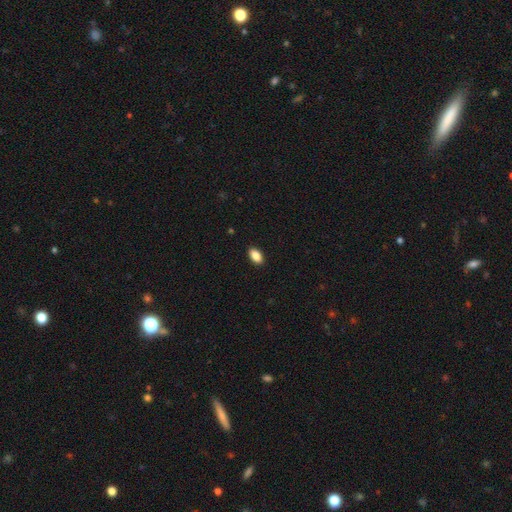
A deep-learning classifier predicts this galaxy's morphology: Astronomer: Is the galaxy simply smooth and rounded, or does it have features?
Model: smooth — 88%.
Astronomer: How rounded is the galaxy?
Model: in between — 92%.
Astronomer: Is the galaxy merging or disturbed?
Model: none — 90%.